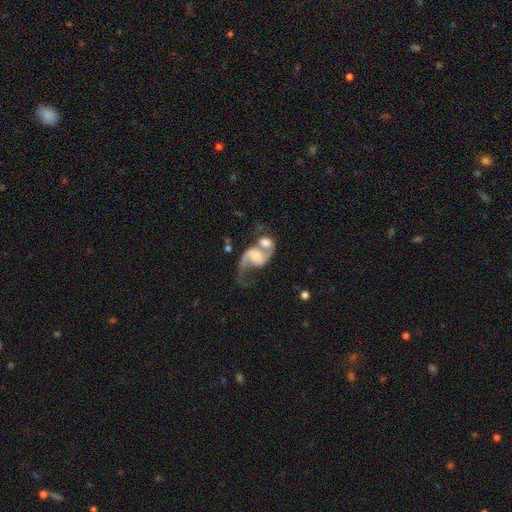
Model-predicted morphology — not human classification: This appears to be a featured or disk galaxy (77%) with no bar (51%), 2 (72%) loose (69%) spiral arms (91%) and a moderate central bulge (46%). Merging: merger (58%).